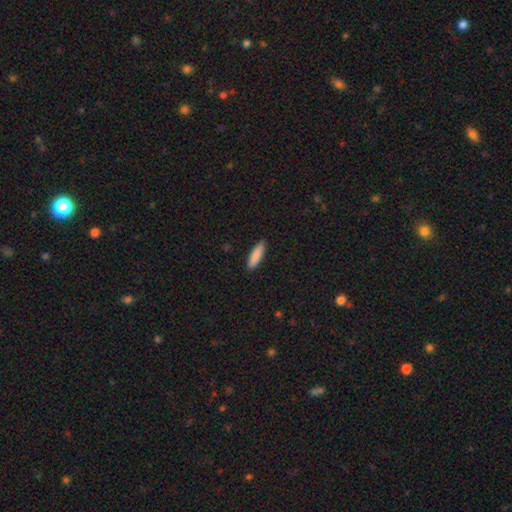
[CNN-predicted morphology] A smooth galaxy with no disk features (89%) that is cigar-shaped (63%).

Vote fractions:
- Smooth or featured? smooth: 89% / featured or disk: 6% / star or artifact: 6%
- How rounded? cigar-shaped: 63% / in between: 36% / round: 1%
- Merging? none: 88% / minor disturbance: 9% / major disturbance: 2% / merger: 1%